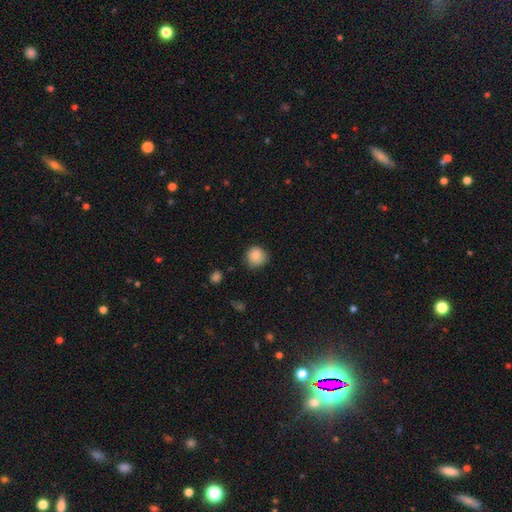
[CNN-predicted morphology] Smooth or featured? smooth (86%)
How rounded? round (89%)
Merging? none (77%)